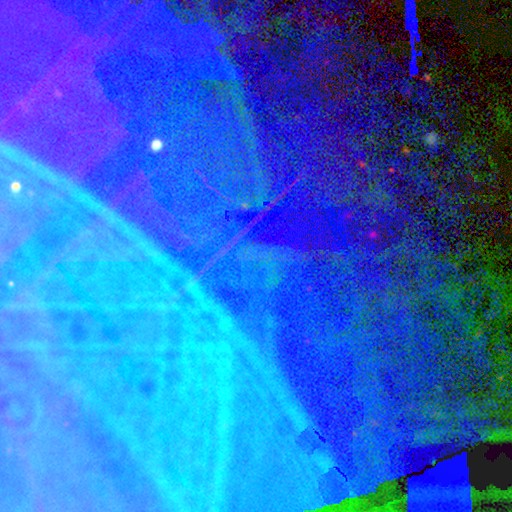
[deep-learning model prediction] The model was most divided on "smooth or featured": star or artifact: 81%, featured or disk: 12%, smooth: 8%.